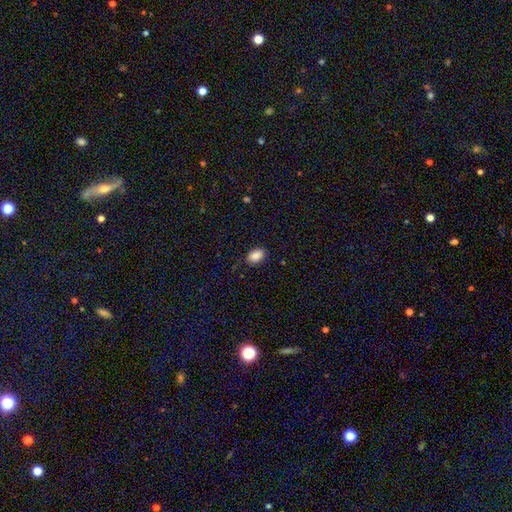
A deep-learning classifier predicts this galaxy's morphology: smooth_or_featured: smooth (p=0.89) [alt: star or artifact p=0.08]
how_rounded: in between (p=0.86) [alt: round p=0.13]
merging: none (p=0.86) [alt: minor disturbance p=0.10]